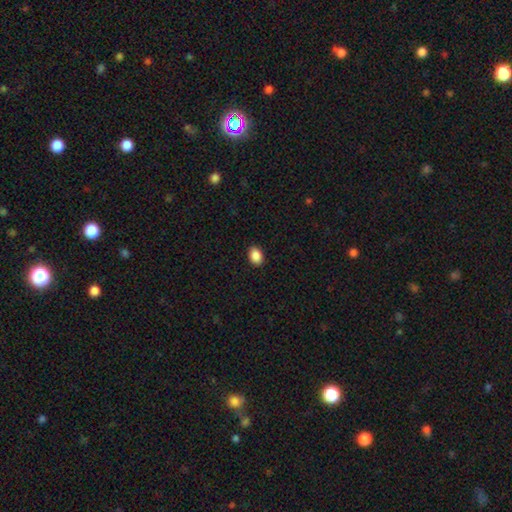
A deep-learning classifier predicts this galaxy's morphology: This is clearly a smooth galaxy (89%). How rounded: likely in between (78%). Merging: clearly none (89%).